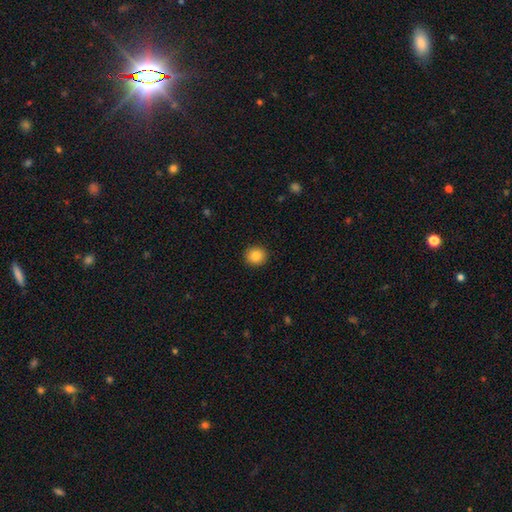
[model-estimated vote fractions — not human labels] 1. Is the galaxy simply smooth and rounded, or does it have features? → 84% smooth, 10% star or artifact, 7% featured or disk.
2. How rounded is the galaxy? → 88% round, 11% in between, 1% cigar-shaped.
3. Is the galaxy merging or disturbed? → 92% none, 5% minor disturbance, 2% major disturbance, 1% merger.